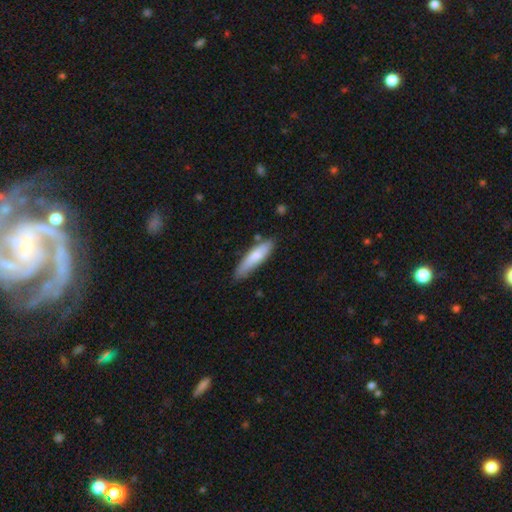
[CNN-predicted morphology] A smooth galaxy with no disk features (73%) that is cigar-shaped (68%).

Vote fractions:
- Smooth or featured? smooth: 73% / featured or disk: 21% / star or artifact: 5%
- How rounded? cigar-shaped: 68% / in between: 31% / round: 1%
- Merging? none: 73% / minor disturbance: 20% / merger: 4% / major disturbance: 3%